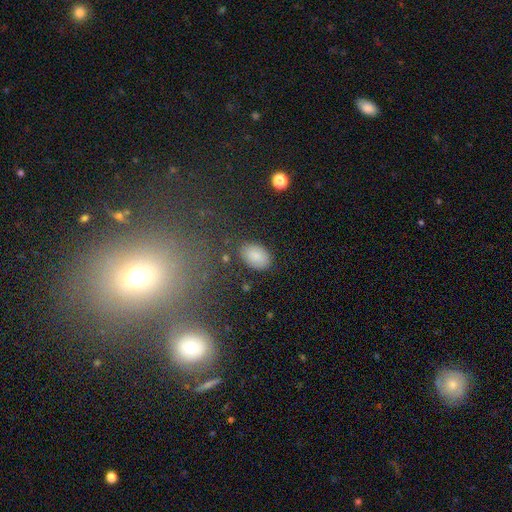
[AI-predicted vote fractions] smooth_or_featured: smooth (p=0.84) [alt: star or artifact p=0.09]
how_rounded: in between (p=0.90) [alt: round p=0.09]
merging: none (p=0.81) [alt: minor disturbance p=0.13]